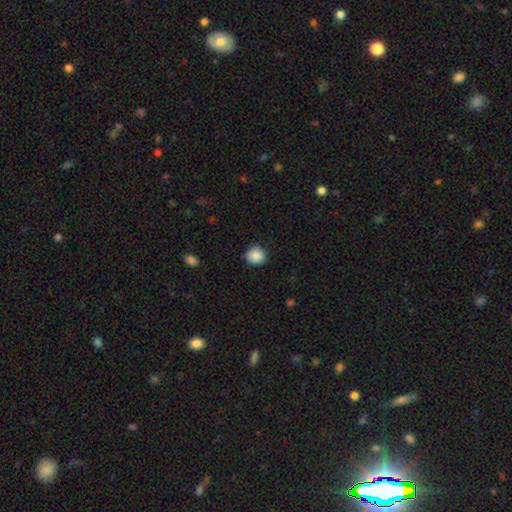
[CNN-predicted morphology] smooth_or_featured: smooth (p=0.87) [alt: star or artifact p=0.09]
how_rounded: round (p=0.91) [alt: in between p=0.08]
merging: none (p=0.87) [alt: minor disturbance p=0.10]